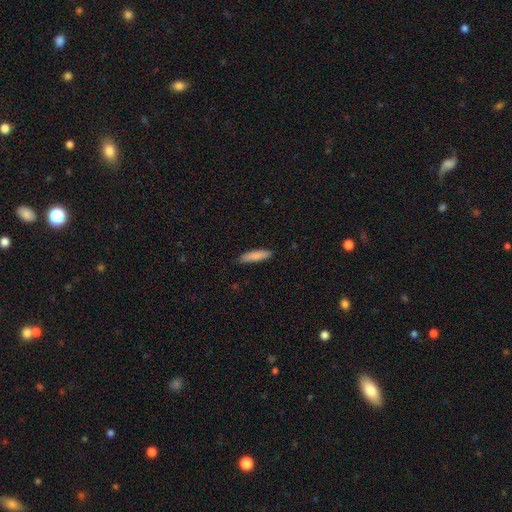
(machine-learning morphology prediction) Smooth or featured? Predicted: smooth (p=0.86). How rounded? Predicted: cigar-shaped (p=0.79). Merging? Predicted: none (p=0.86).